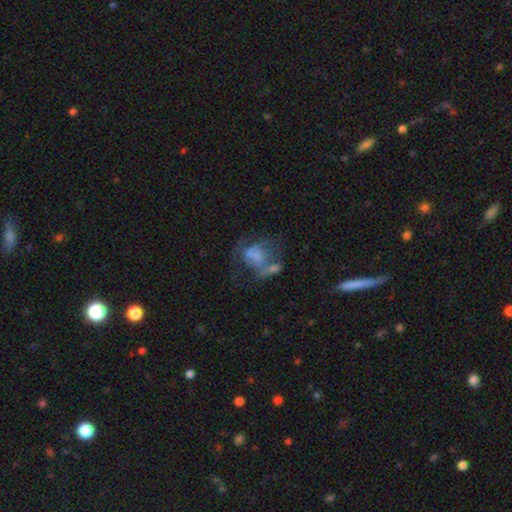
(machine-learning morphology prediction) This appears to be a featured or disk galaxy (51%). Merging: merger (34%).